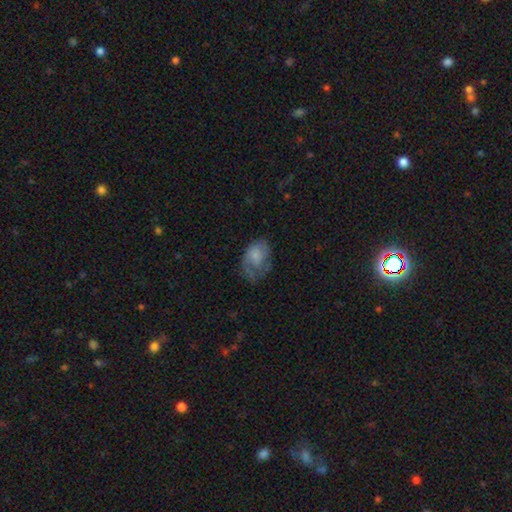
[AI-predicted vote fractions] A smooth galaxy with no disk features (61%) that is in between round and cigar-shaped (80%).

Vote fractions:
- Smooth or featured? smooth: 61% / featured or disk: 31% / star or artifact: 8%
- How rounded? in between: 80% / round: 19% / cigar-shaped: 1%
- Merging? none: 38% / minor disturbance: 30% / major disturbance: 30% / merger: 2%